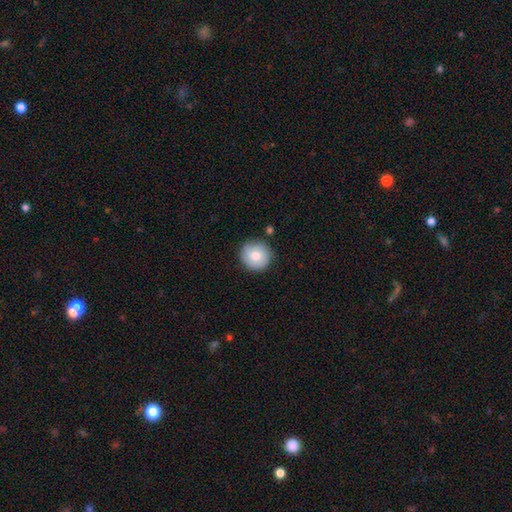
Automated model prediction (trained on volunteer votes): This is likely a smooth galaxy (72%). How rounded: clearly round (93%). Merging: clearly none (84%).